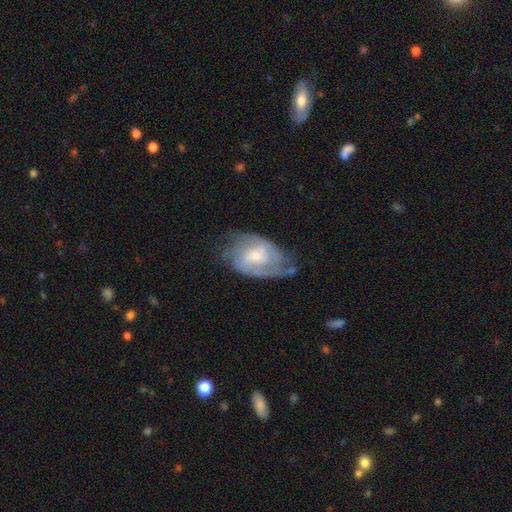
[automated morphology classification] type=featured or disk (79%); edge-on=no (96%); bar=no (53%); spiral arms=yes (91%); winding=tight (44%); arm count=2 (56%); bulge=moderate (46%); merging=none (54%).